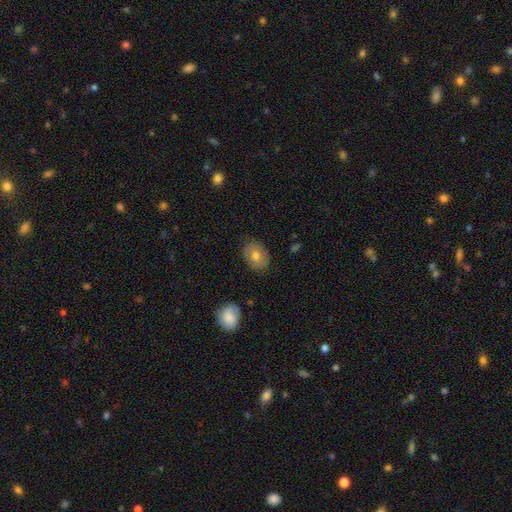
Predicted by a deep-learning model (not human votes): Smooth or featured: smooth — 67% (featured or disk — 25%)
How rounded: in between — 61% (round — 38%)
Merging: none — 83% (minor disturbance — 13%)